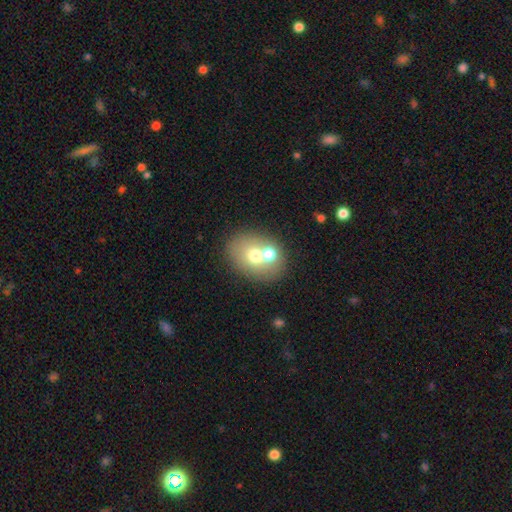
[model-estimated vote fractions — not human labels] A smooth galaxy with no disk features (65%) that is in between round and cigar-shaped (52%). Merging: none (45%).